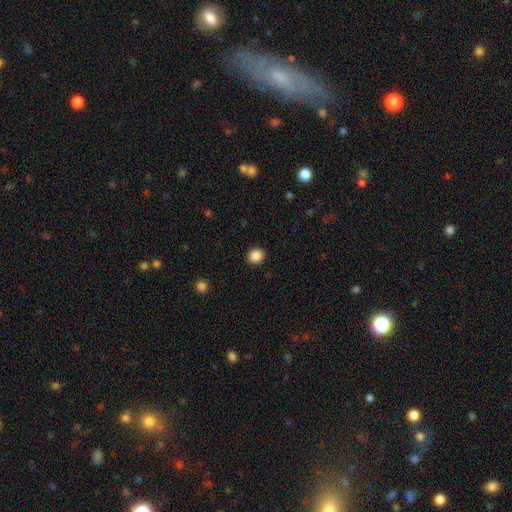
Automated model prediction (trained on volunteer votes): A smooth galaxy with no disk features (87%) that is round (85%).

Vote fractions:
- Smooth or featured? smooth: 87% / star or artifact: 10% / featured or disk: 3%
- How rounded? round: 85% / in between: 14% / cigar-shaped: 1%
- Merging? none: 92% / minor disturbance: 5% / major disturbance: 2% / merger: 1%